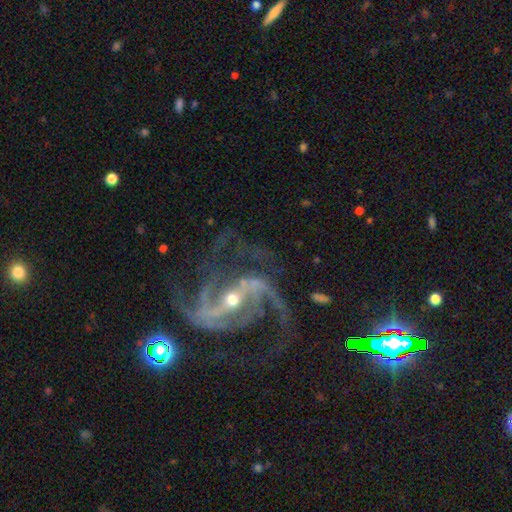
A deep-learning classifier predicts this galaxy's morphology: This is clearly a featured or disk galaxy (90%). It is clearly not viewed edge-on (97%). Bar: likely strong (61%). Spiral arm pattern: clearly yes (98%). Spiral arm count: likely 2 (64%). Spiral winding: possibly medium (51%). Central bulge: likely small (62%). Merging: likely none (63%).